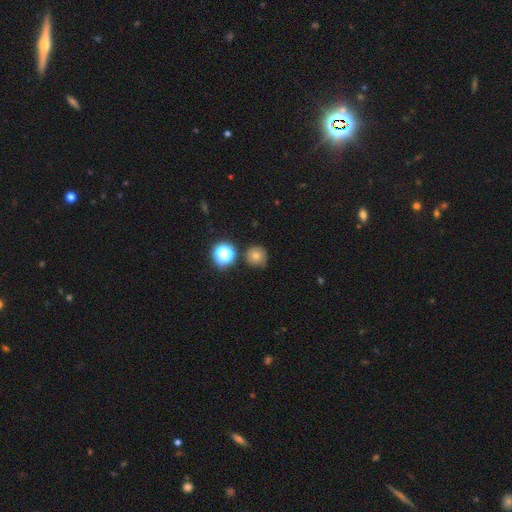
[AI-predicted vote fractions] Q: Smooth or featured?
A: smooth (63%); runner-up: star or artifact (23%)
Q: How rounded?
A: round (93%); runner-up: in between (6%)
Q: Merging?
A: none (81%); runner-up: minor disturbance (10%)